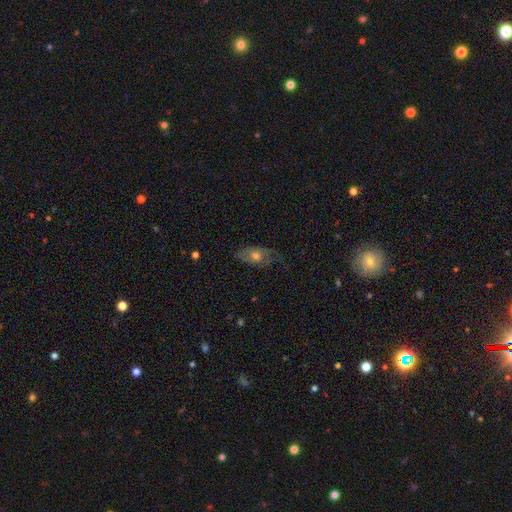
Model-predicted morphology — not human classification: Smooth or featured? Predicted: smooth (p=0.47). Merging? Predicted: none (p=0.62).